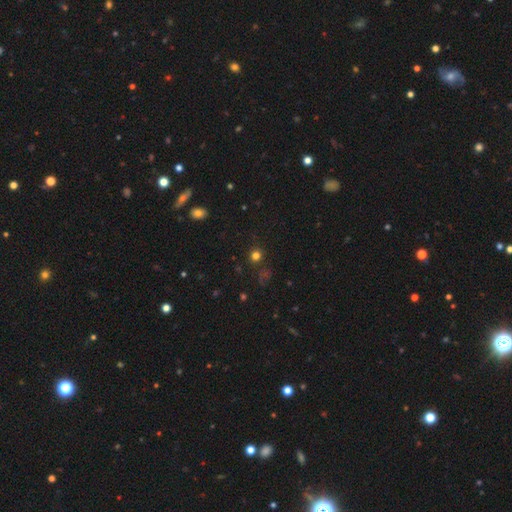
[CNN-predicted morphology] Smooth or featured? smooth (72%)
How rounded? round (91%)
Merging? none (85%)